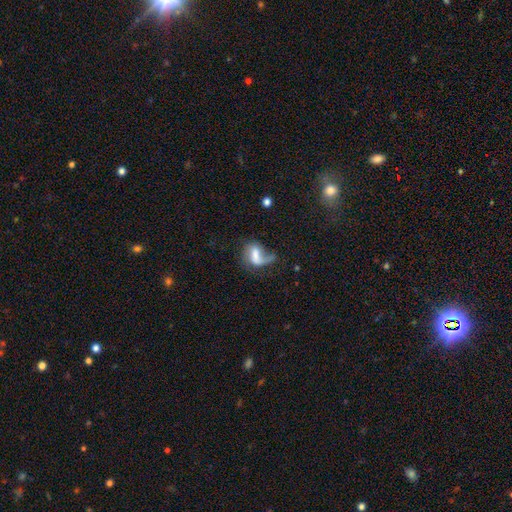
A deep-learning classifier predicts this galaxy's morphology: The model was most divided on "smooth or featured": featured or disk: 51%, smooth: 40%, star or artifact: 9%. Remaining: edge-on disk — no (96%); merging — major disturbance (41%).